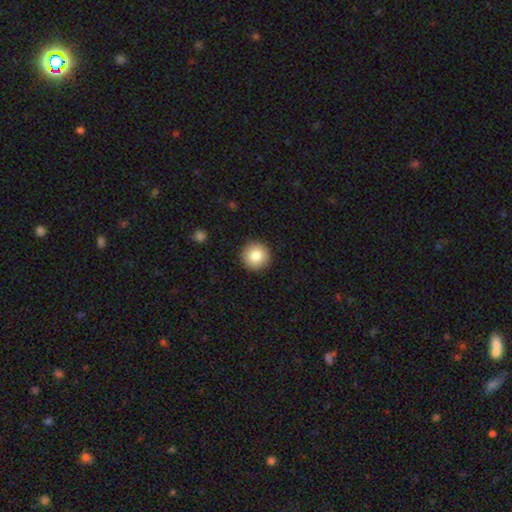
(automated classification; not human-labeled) Overall: smooth (84%). How rounded: round (96%). Merging: none (92%).